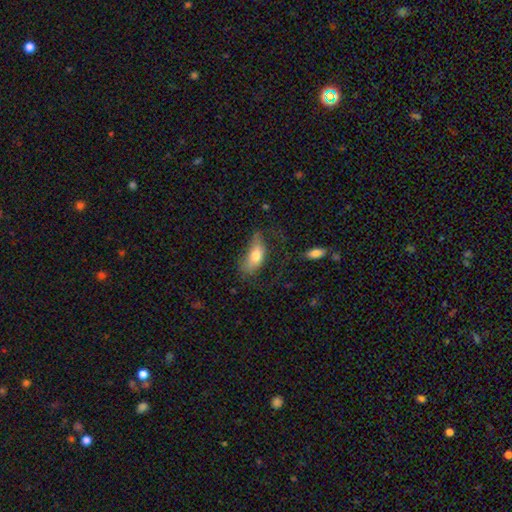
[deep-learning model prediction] Smooth or featured: smooth — 71% (featured or disk — 21%)
How rounded: in between — 85% (cigar-shaped — 12%)
Merging: none — 39% (minor disturbance — 30%)